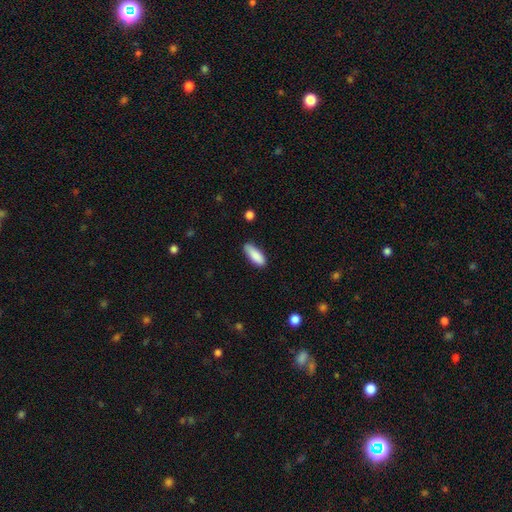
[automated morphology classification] Smooth or featured? Predicted: smooth (p=0.88). How rounded? Predicted: in between (p=0.67). Merging? Predicted: none (p=0.78).